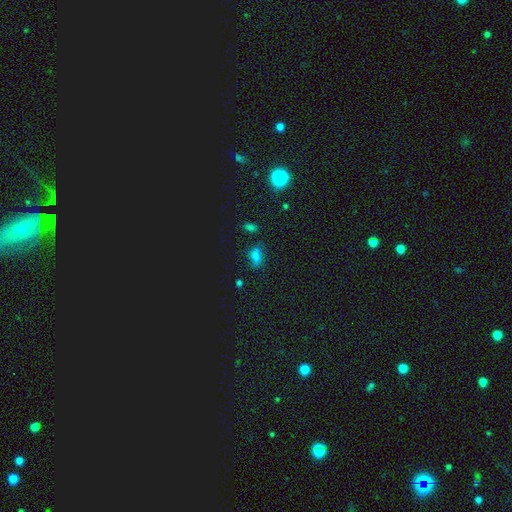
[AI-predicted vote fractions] Smooth or featured: smooth — 61% (star or artifact — 28%)
How rounded: in between — 78% (round — 11%)
Merging: none — 61% (minor disturbance — 24%)